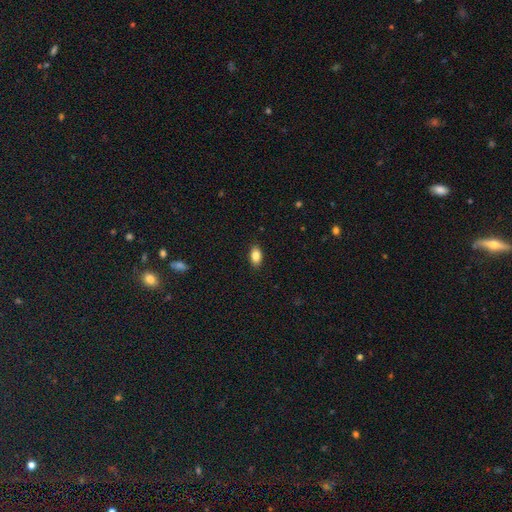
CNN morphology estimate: This is clearly a smooth galaxy (86%). How rounded: clearly in between (90%). Merging: clearly none (89%).